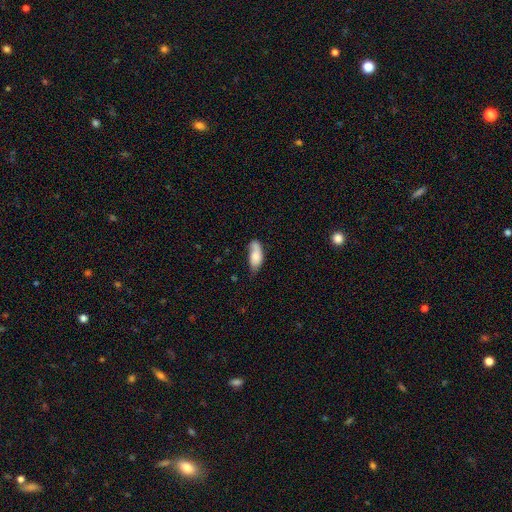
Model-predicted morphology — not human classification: This appears to be a smooth galaxy with no disk features (75%) that is in between round and cigar-shaped (82%). Merging: none (48%).